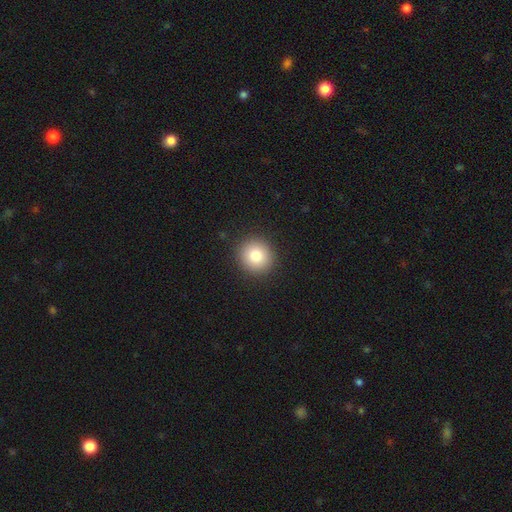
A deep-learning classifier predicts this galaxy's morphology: A smooth galaxy with no disk features (83%) that is round (91%). Merging: none (91%).